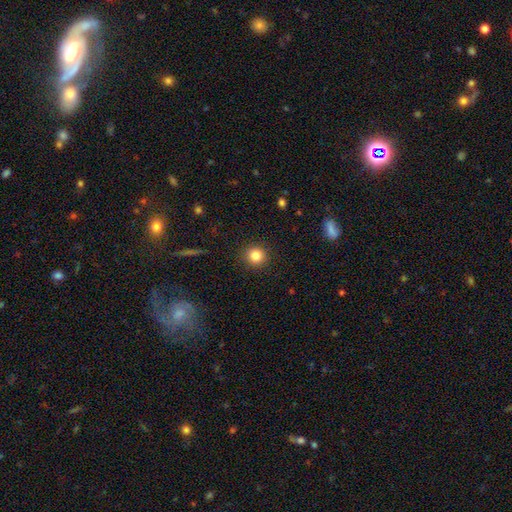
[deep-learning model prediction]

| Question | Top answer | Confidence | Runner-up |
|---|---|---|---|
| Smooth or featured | smooth | 83% | star or artifact (11%) |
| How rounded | round | 93% | in between (6%) |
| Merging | none | 91% | minor disturbance (6%) |